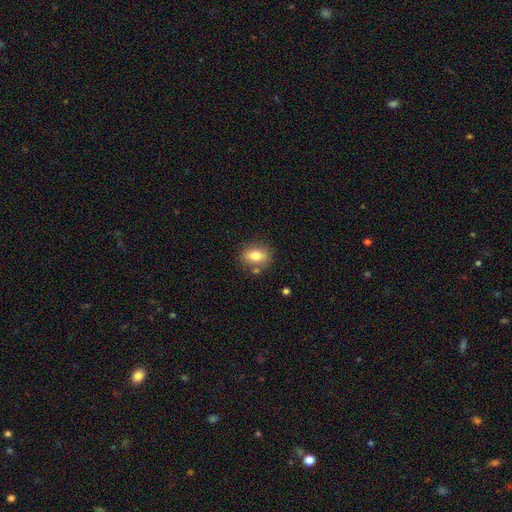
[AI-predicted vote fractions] Smooth or featured?
  - smooth: 78% *
  - featured or disk: 13%
  - star or artifact: 8%
How rounded?
  - in between: 73% *
  - round: 25%
  - cigar-shaped: 3%
Merging?
  - none: 75% *
  - minor disturbance: 15%
  - merger: 6%
  - major disturbance: 4%